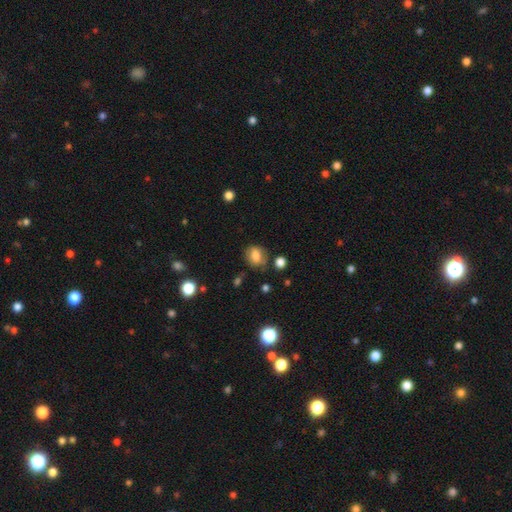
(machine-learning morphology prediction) smooth 76%, featured or disk 14%, star or artifact 11%. Down the decision tree: how rounded — round (54%); merging — none (69%).